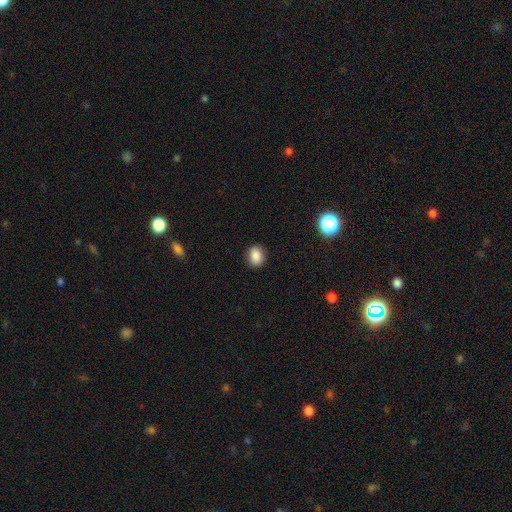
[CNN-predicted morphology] This appears to be a smooth galaxy with no disk features (86%) that is in between round and cigar-shaped (53%). Merging: none (88%).